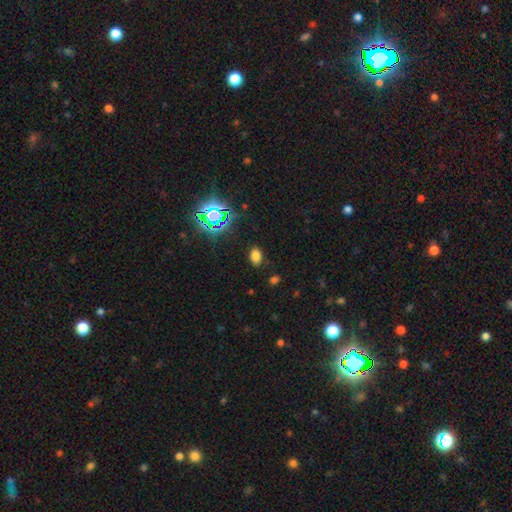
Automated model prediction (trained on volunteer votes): Morphology: type=smooth (69%); roundness=in between (86%); merging=none (84%).